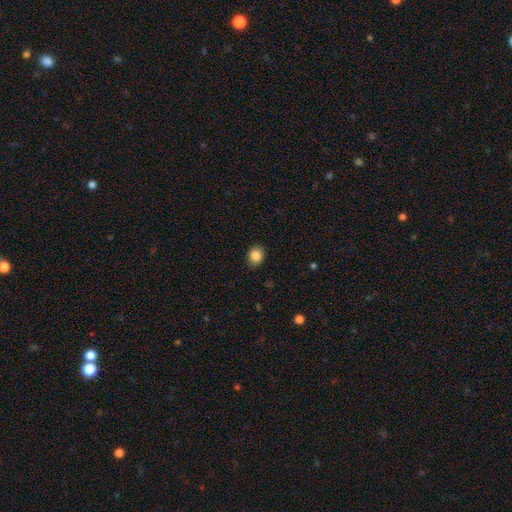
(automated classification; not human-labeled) This is clearly a smooth galaxy (86%). How rounded: likely round (70%). Merging: clearly none (86%).